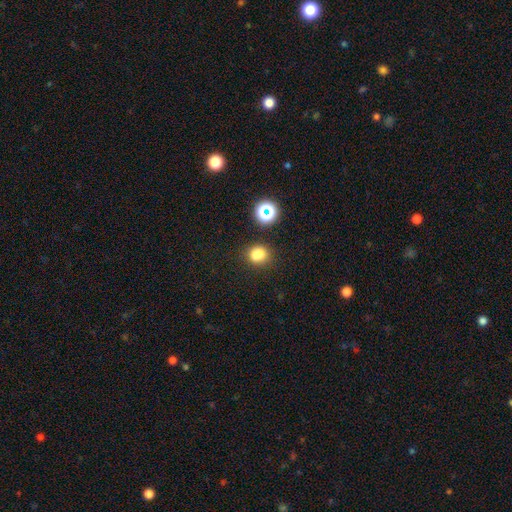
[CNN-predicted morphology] This appears to be a smooth galaxy with no disk features (77%) that is round (65%). Merging: none (73%).